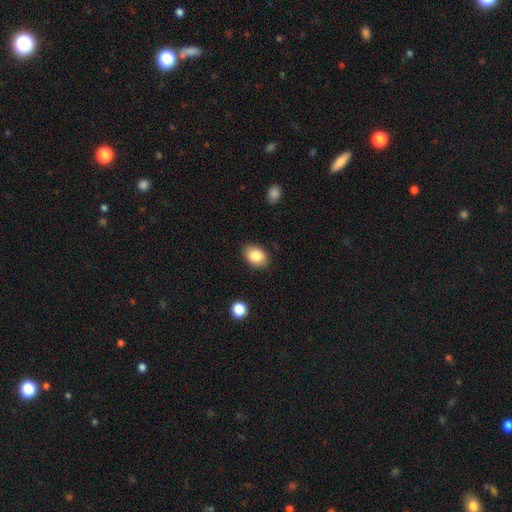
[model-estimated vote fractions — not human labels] A smooth galaxy with no disk features (85%) that is in between round and cigar-shaped (75%).

Vote fractions:
- Smooth or featured? smooth: 85% / star or artifact: 8% / featured or disk: 7%
- How rounded? in between: 75% / round: 24% / cigar-shaped: 1%
- Merging? none: 86% / minor disturbance: 10% / major disturbance: 2% / merger: 1%